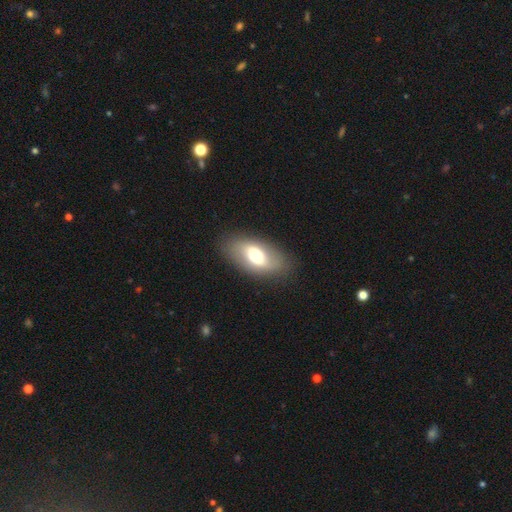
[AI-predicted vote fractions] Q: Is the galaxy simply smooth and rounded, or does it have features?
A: smooth — 56%.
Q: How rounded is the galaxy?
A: in between — 89%.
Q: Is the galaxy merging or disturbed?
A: none — 85%.